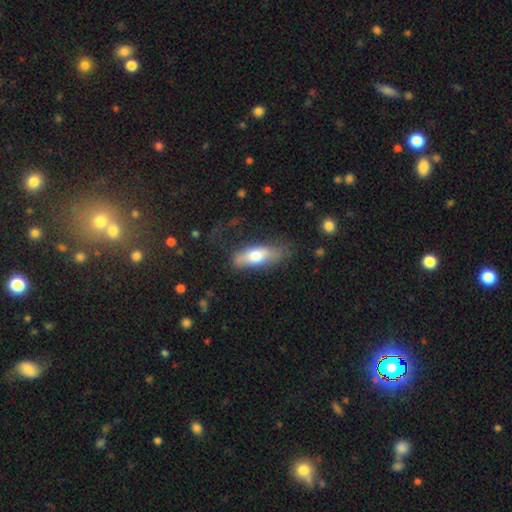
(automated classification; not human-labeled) smooth_or_featured: smooth (p=0.64) [alt: featured or disk p=0.30]
how_rounded: in between (p=0.69) [alt: cigar-shaped p=0.28]
merging: none (p=0.56) [alt: minor disturbance p=0.25]